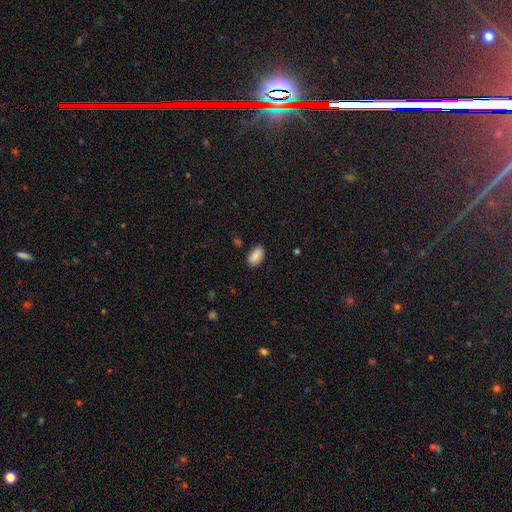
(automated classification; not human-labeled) A smooth galaxy with no disk features (86%) that is in between round and cigar-shaped (94%).

Vote fractions:
- Smooth or featured? smooth: 86% / star or artifact: 7% / featured or disk: 7%
- How rounded? in between: 94% / round: 4% / cigar-shaped: 2%
- Merging? none: 83% / minor disturbance: 13% / major disturbance: 3% / merger: 2%